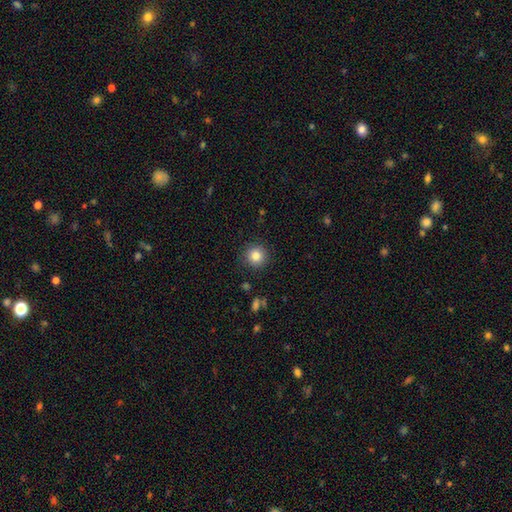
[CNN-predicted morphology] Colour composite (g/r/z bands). It shows a smooth galaxy with no disk features (84%) that is round (94%). Merging: none (89%).